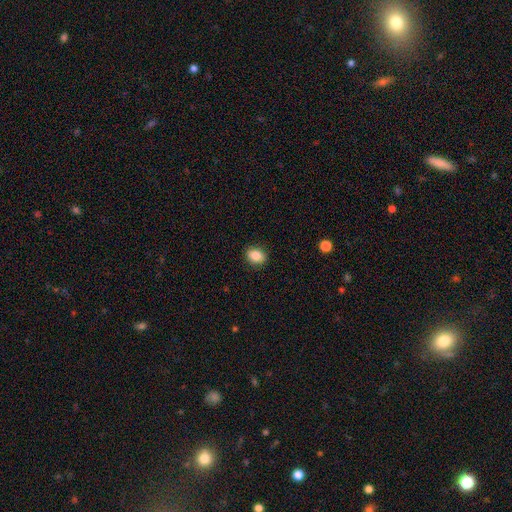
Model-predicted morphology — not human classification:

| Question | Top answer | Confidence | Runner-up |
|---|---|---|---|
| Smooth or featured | smooth | 86% | star or artifact (9%) |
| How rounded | in between | 59% | round (40%) |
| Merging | none | 89% | minor disturbance (8%) |